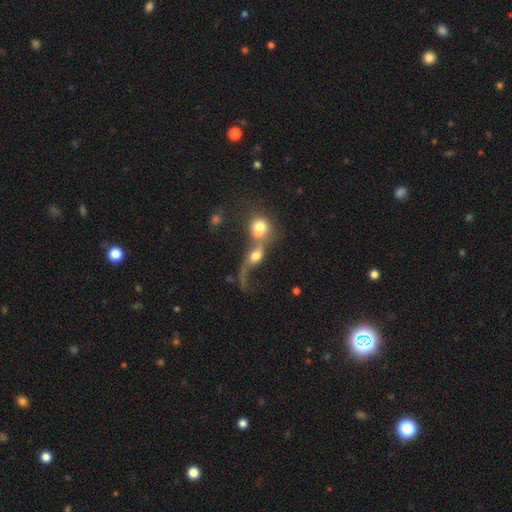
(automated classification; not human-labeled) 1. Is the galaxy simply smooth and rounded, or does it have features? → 45% featured or disk, 41% smooth, 14% star or artifact.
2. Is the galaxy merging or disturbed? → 61% merger, 17% major disturbance, 15% none, 7% minor disturbance.